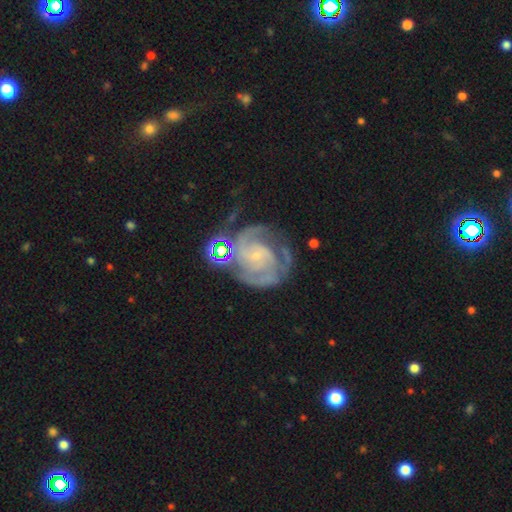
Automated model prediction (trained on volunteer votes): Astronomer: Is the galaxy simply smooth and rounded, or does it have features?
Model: featured or disk — 89%.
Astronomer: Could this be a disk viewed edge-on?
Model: no — 98%.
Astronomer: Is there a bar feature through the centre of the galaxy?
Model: no — 63%.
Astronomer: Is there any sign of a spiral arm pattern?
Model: yes — 97%.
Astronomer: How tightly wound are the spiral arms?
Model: tight — 60%.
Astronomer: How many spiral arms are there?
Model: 2 — 42% (runner-up: 3, 26%).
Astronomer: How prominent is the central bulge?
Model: small — 84%.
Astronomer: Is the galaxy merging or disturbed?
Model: none — 60%.